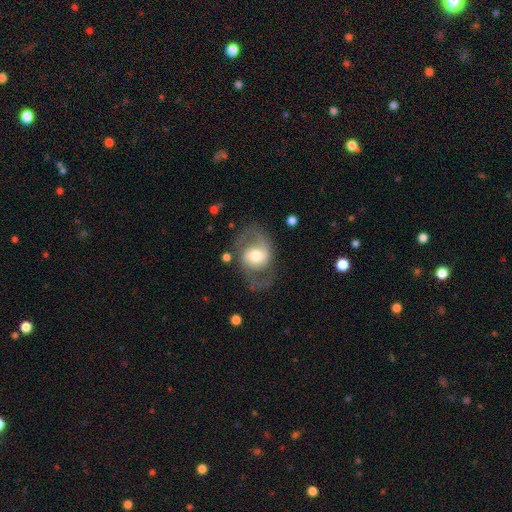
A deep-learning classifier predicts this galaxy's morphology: Q: Smooth or featured?
A: featured or disk (70%); runner-up: smooth (23%)
Q: Edge-on disk?
A: no (96%); runner-up: yes (4%)
Q: Bar?
A: no (46%); runner-up: weak (37%)
Q: Spiral arms?
A: yes (78%); runner-up: no (22%)
Q: Spiral winding?
A: medium (50%); runner-up: loose (32%)
Q: Spiral arm count?
A: 2 (84%); runner-up: can't tell (7%)
Q: Bulge size?
A: moderate (63%); runner-up: large (18%)
Q: Merging?
A: none (66%); runner-up: minor disturbance (16%)